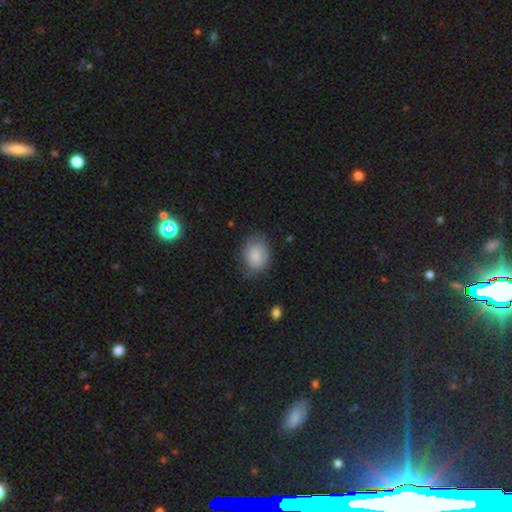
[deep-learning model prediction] smooth-or-featured: smooth: 82% | featured or disk: 11% | star or artifact: 7%
  how-rounded: in between: 51% | round: 49% | cigar-shaped: 1%
  merging: none: 68% | minor disturbance: 24% | major disturbance: 7% | merger: 1%